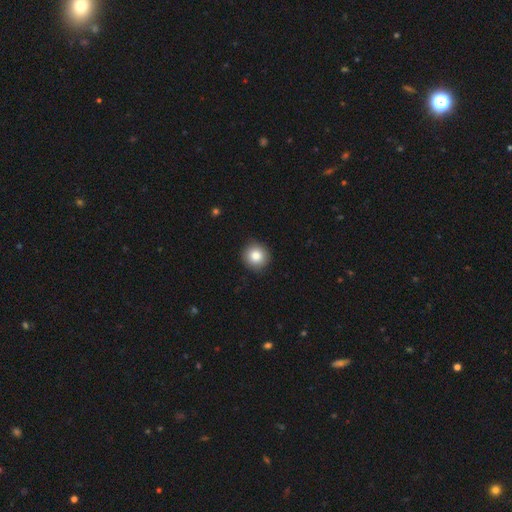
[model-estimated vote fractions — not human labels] Smooth or featured?
  - smooth: 84% *
  - star or artifact: 9%
  - featured or disk: 7%
How rounded?
  - round: 93% *
  - in between: 6%
  - cigar-shaped: 1%
Merging?
  - none: 91% *
  - minor disturbance: 7%
  - major disturbance: 2%
  - merger: 1%